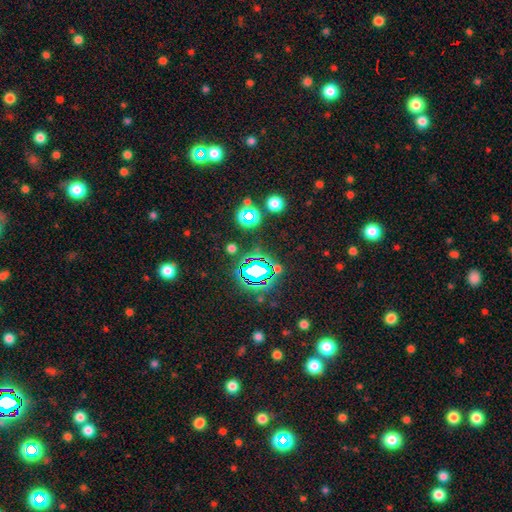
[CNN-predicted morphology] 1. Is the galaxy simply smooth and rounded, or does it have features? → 73% star or artifact, 19% smooth, 8% featured or disk.